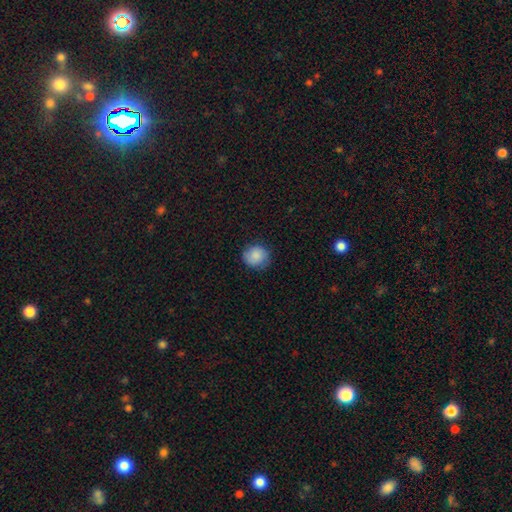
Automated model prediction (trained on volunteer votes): Smooth or featured? smooth (84%)
How rounded? round (87%)
Merging? none (81%)